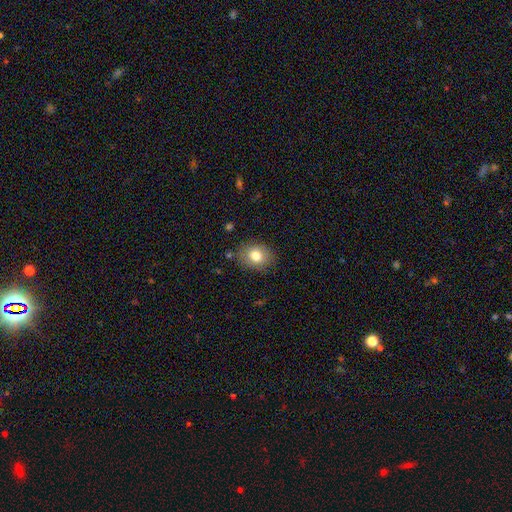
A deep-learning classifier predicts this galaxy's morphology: Smooth or featured? smooth (79%)
How rounded? in between (56%)
Merging? none (83%)